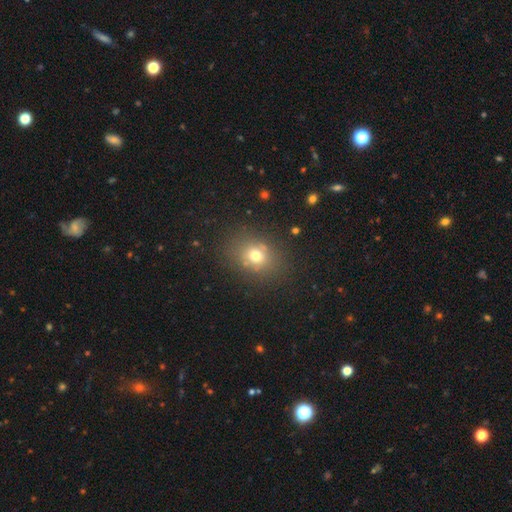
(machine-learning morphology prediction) type=smooth (71%); roundness=round (50%); merging=none (80%).